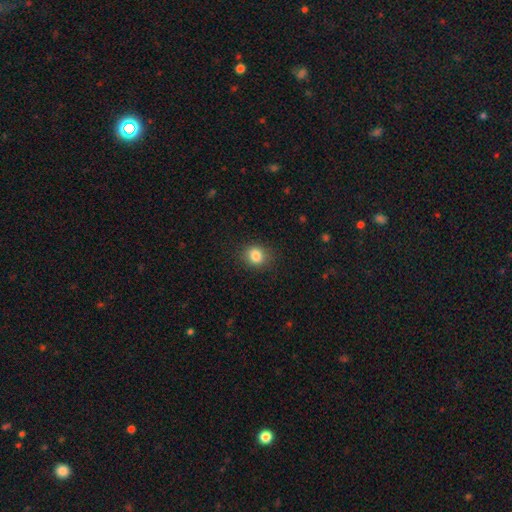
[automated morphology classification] smooth-or-featured: smooth: 85% | star or artifact: 11% | featured or disk: 5%
  how-rounded: round: 73% | in between: 26% | cigar-shaped: 1%
  merging: none: 86% | minor disturbance: 10% | major disturbance: 3% | merger: 1%